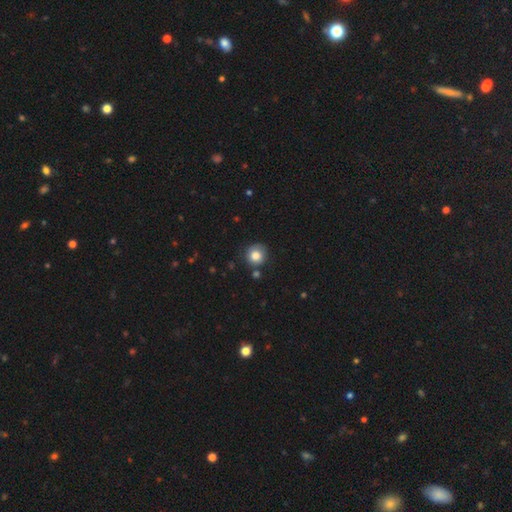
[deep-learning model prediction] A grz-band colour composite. It shows a smooth galaxy with no disk features (81%) that is round (92%). Merging: none (79%).